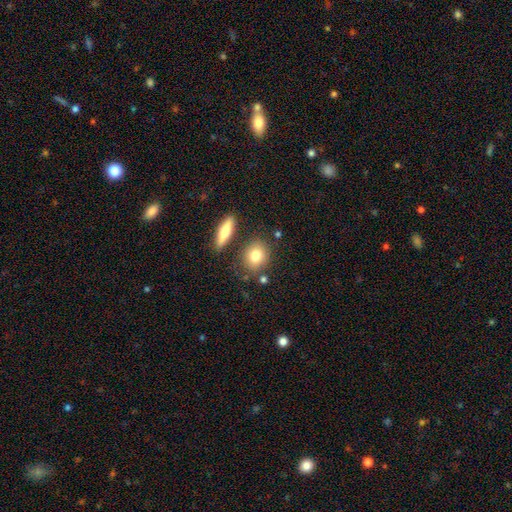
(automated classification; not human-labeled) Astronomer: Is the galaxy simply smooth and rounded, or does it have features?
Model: smooth — 79%.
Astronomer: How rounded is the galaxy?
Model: round — 52% (runner-up: in between, 45%).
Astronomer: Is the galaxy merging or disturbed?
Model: none — 76%.